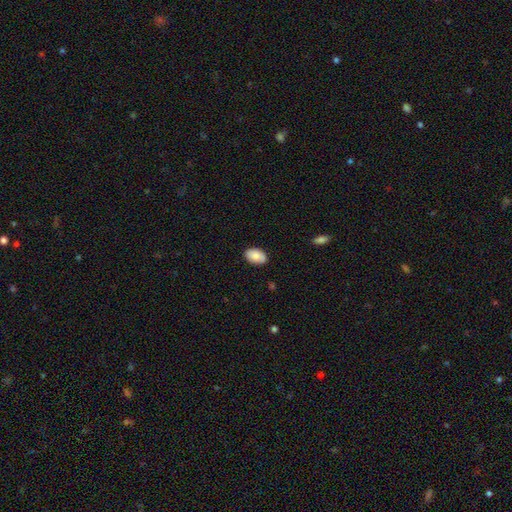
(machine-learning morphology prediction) Overall: smooth (83%). How rounded: in between (91%). Merging: none (85%).